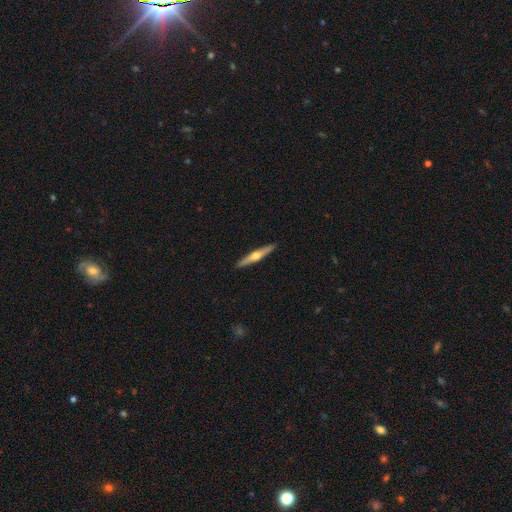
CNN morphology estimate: featured or disk 62%, smooth 33%, star or artifact 5%. Down the decision tree: edge-on disk — yes (97%); edge-on bulge — rounded (92%); merging — none (92%).